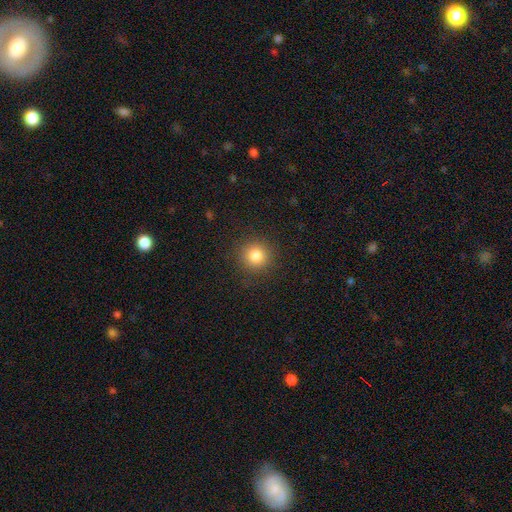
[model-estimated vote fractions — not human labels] smooth 82%, star or artifact 12%, featured or disk 6%. Down the decision tree: how rounded — round (94%); merging — none (90%).